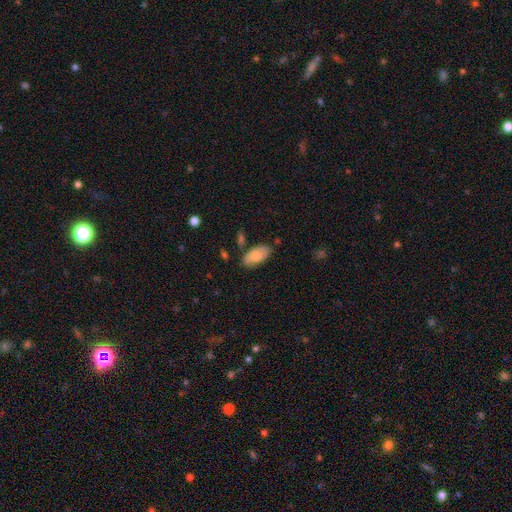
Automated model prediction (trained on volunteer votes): Smooth or featured?
  - smooth: 70% *
  - featured or disk: 24%
  - star or artifact: 6%
How rounded?
  - in between: 94% *
  - cigar-shaped: 3%
  - round: 3%
Merging?
  - none: 74% *
  - minor disturbance: 17%
  - merger: 5%
  - major disturbance: 4%